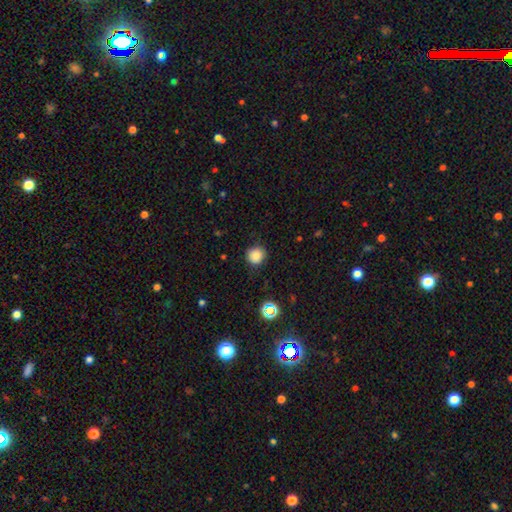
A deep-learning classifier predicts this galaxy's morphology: Smooth or featured? Predicted: smooth (p=0.83). How rounded? Predicted: round (p=0.92). Merging? Predicted: none (p=0.88).